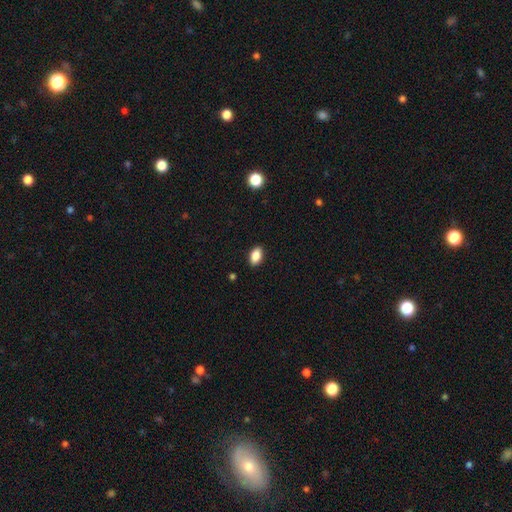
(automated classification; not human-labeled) Smooth or featured: smooth — 87% (star or artifact — 8%)
How rounded: in between — 91% (round — 7%)
Merging: none — 90% (minor disturbance — 8%)